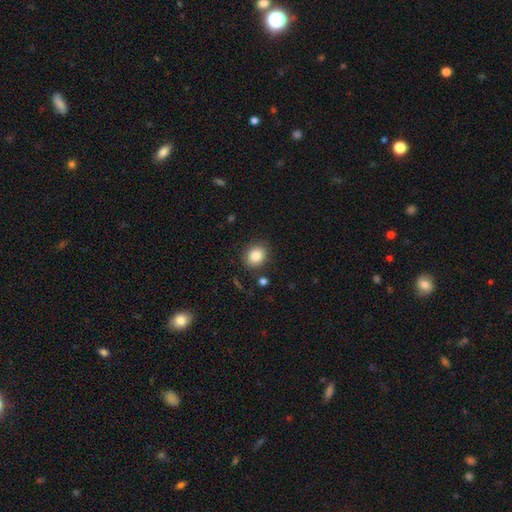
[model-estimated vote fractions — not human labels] Smooth or featured? smooth (84%)
How rounded? round (64%)
Merging? none (85%)